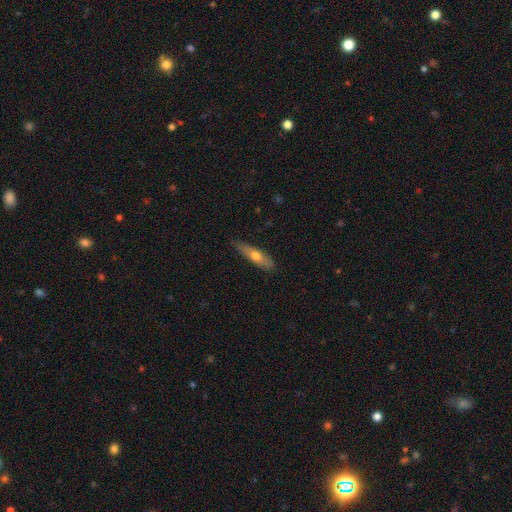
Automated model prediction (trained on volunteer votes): Q: Smooth or featured?
A: smooth (56%); runner-up: featured or disk (38%)
Q: How rounded?
A: cigar-shaped (69%); runner-up: in between (29%)
Q: Merging?
A: none (79%); runner-up: minor disturbance (17%)